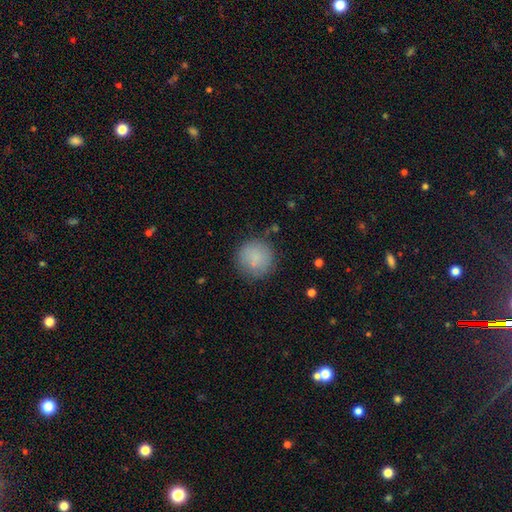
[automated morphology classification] Smooth or featured? Predicted: smooth (p=0.83). How rounded? Predicted: round (p=0.94). Merging? Predicted: none (p=0.81).